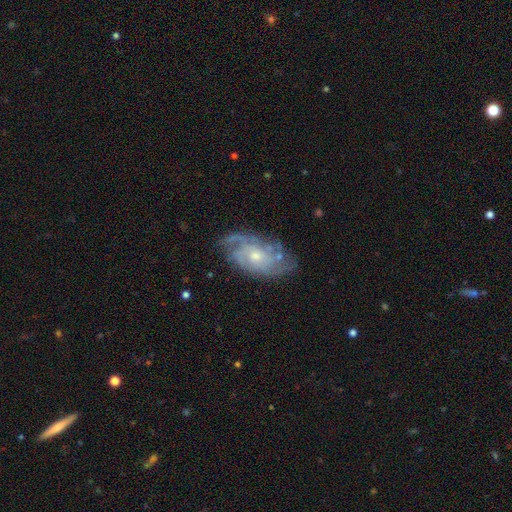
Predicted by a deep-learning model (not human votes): Morphology: type=featured or disk (82%); edge-on=no (95%); bar=no (74%); spiral arms=yes (92%); winding=tight (53%); arm count=can't tell (38%); bulge=small (52%); merging=none (70%).